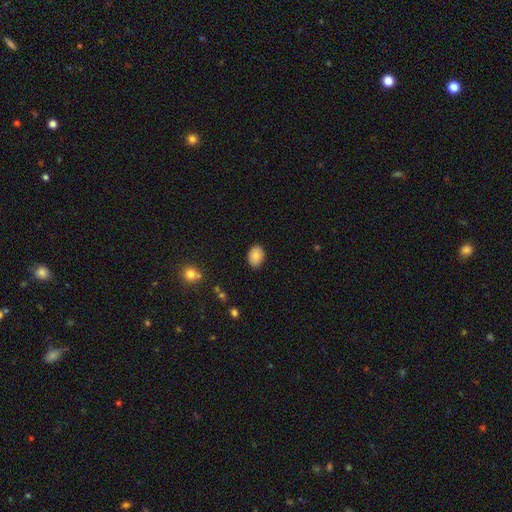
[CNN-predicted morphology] Overall: smooth (85%). How rounded: in between (78%). Merging: none (86%).